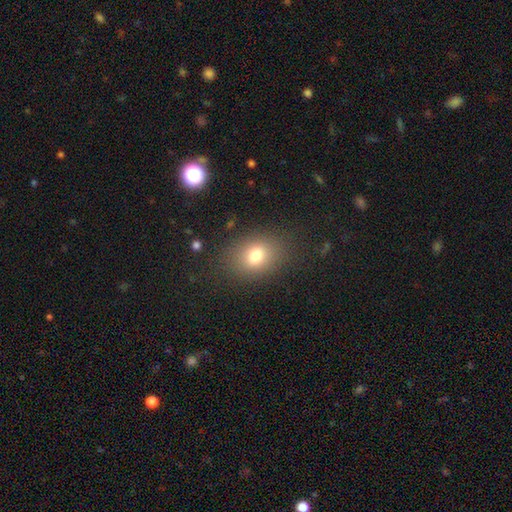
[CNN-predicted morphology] This is likely a smooth galaxy (77%). How rounded: possibly in between (60%). Merging: clearly none (82%).